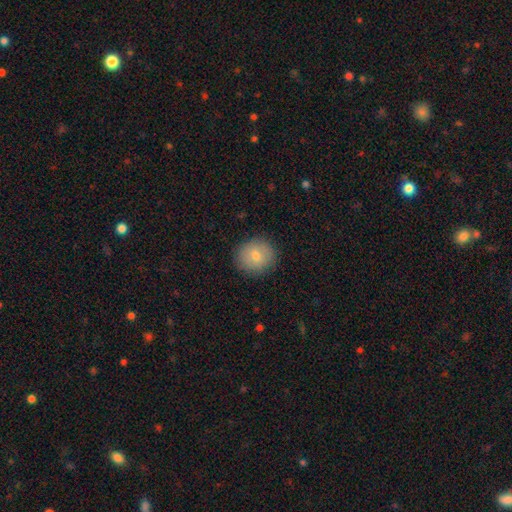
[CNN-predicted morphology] Smooth or featured? smooth (76%)
How rounded? round (82%)
Merging? none (87%)